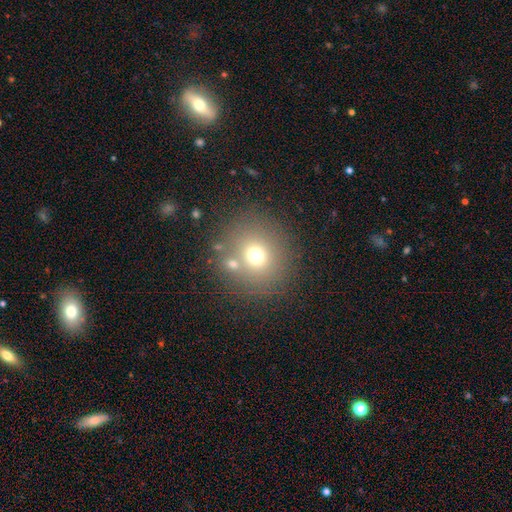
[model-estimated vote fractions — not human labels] A smooth galaxy with no disk features (67%) that is round (87%). Merging: none (74%).